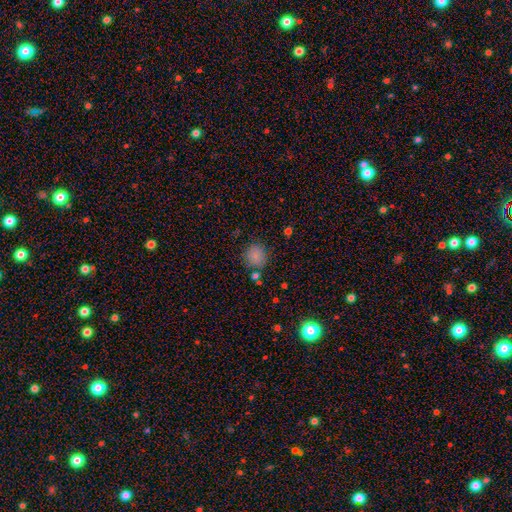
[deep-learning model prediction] This is clearly a smooth galaxy (83%). How rounded: clearly round (83%). Merging: clearly none (81%).